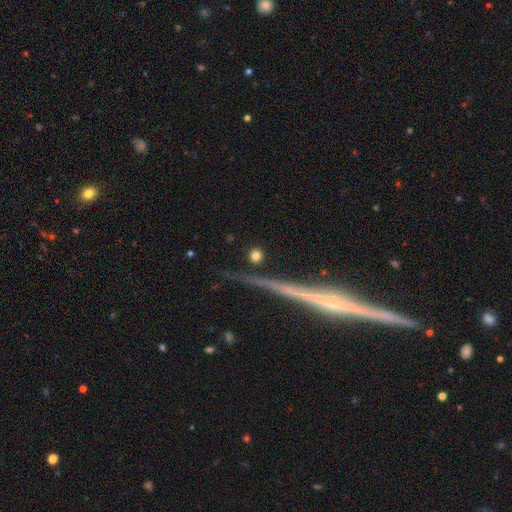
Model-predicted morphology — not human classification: smooth_or_featured: smooth (p=0.78) [alt: star or artifact p=0.13]
how_rounded: round (p=0.93) [alt: in between p=0.05]
merging: none (p=0.86) [alt: minor disturbance p=0.07]